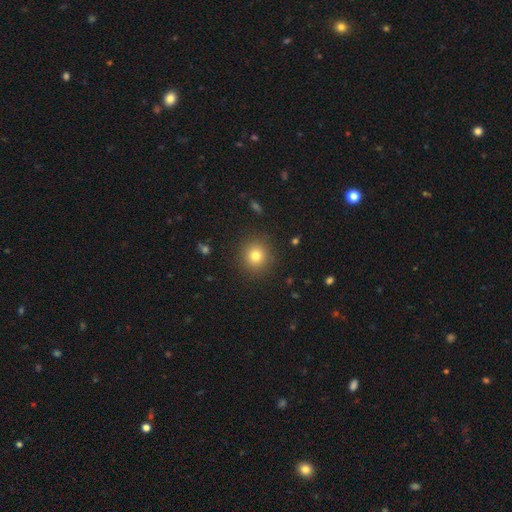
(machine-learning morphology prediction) smooth_or_featured: smooth (p=0.79) [alt: star or artifact p=0.13]
how_rounded: round (p=0.92) [alt: in between p=0.07]
merging: none (p=0.90) [alt: minor disturbance p=0.06]